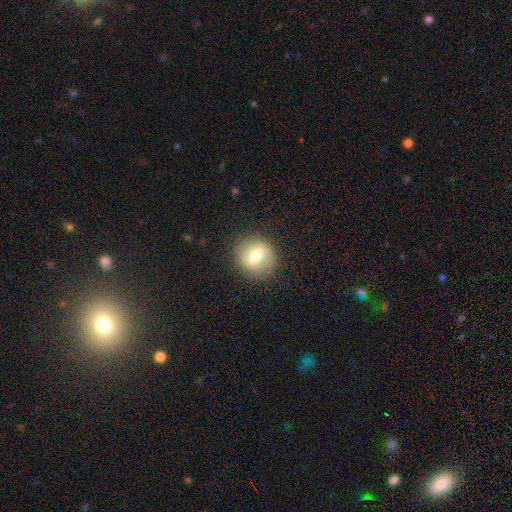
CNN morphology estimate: smooth_or_featured: smooth (p=0.52) [alt: featured or disk p=0.39]
how_rounded: round (p=0.83) [alt: in between p=0.15]
merging: none (p=0.86) [alt: minor disturbance p=0.09]